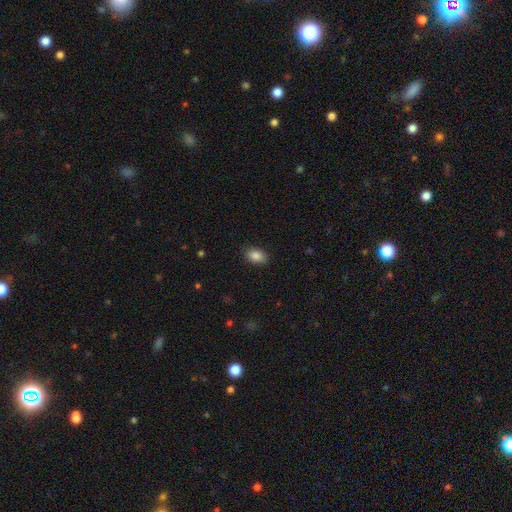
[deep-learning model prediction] The model was most divided on "how rounded": in between: 85%, round: 14%, cigar-shaped: 1%. More confident: merging — none (87%); smooth or featured — smooth (87%).